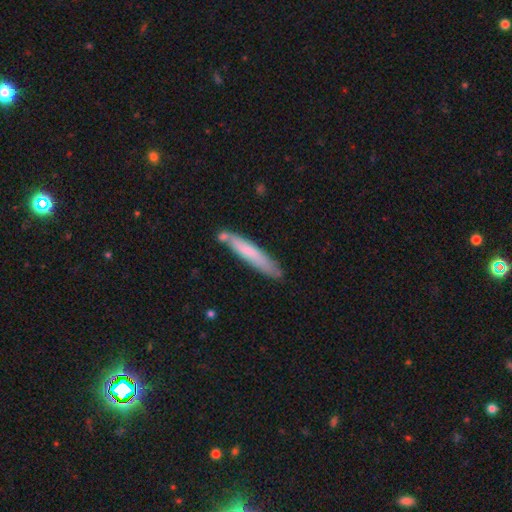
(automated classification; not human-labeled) A smooth galaxy with no disk features (67%) that is cigar-shaped (91%).

Vote fractions:
- Smooth or featured? smooth: 67% / featured or disk: 28% / star or artifact: 5%
- How rounded? cigar-shaped: 91% / in between: 8% / round: 1%
- Merging? none: 70% / minor disturbance: 16% / merger: 11% / major disturbance: 3%